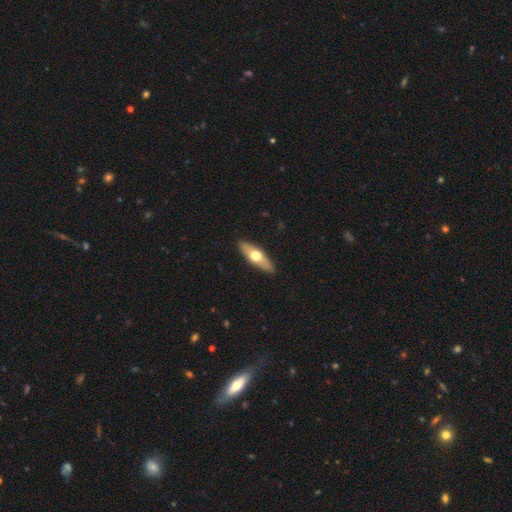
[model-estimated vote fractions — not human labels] A smooth galaxy with no disk features (54%) that is cigar-shaped (51%). Merging: none (90%).